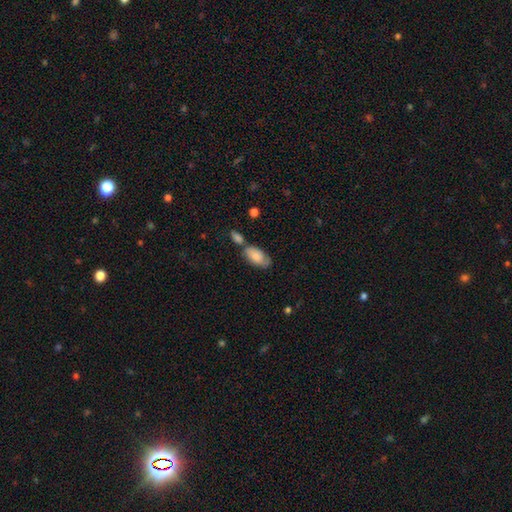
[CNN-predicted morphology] type=smooth (79%); roundness=in between (92%); merging=none (48%).